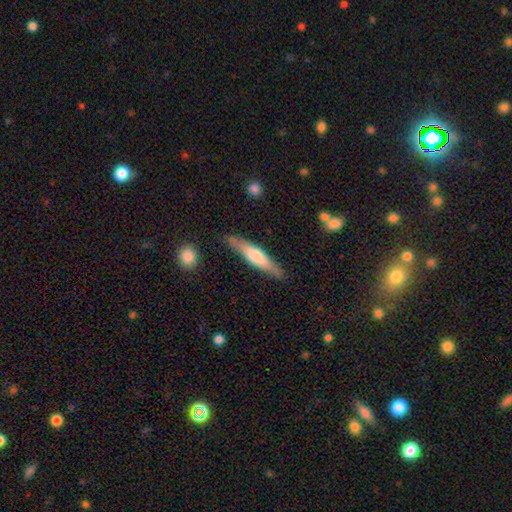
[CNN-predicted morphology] Smooth or featured: smooth — 48% (featured or disk — 46%)
Merging: none — 84% (minor disturbance — 12%)